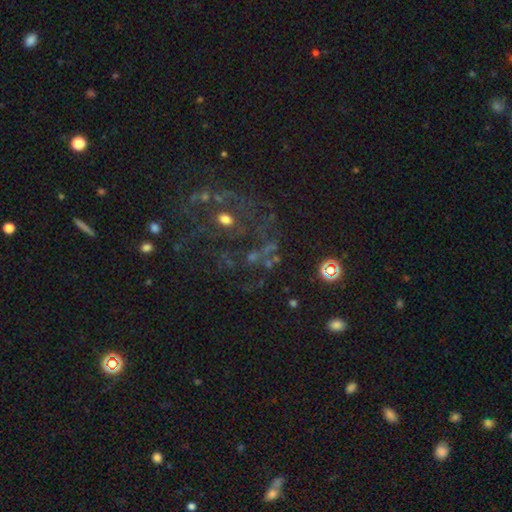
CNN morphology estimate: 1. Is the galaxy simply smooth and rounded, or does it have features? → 40% star or artifact, 38% featured or disk, 22% smooth.